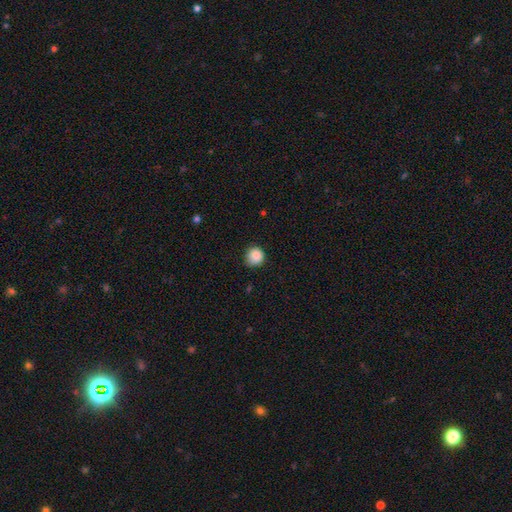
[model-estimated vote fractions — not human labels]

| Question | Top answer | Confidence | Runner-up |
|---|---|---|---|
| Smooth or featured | smooth | 88% | star or artifact (9%) |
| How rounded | round | 91% | in between (8%) |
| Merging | none | 80% | minor disturbance (16%) |